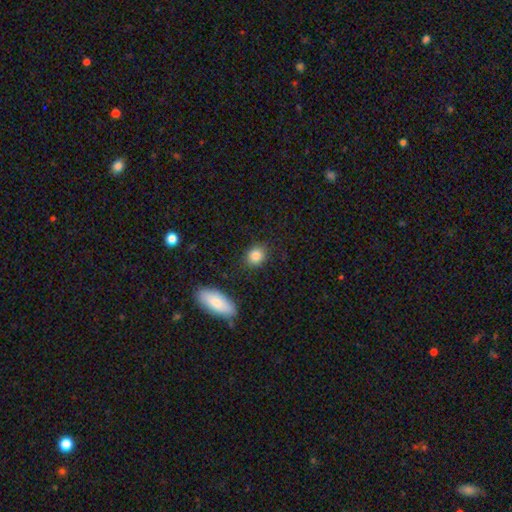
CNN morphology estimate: Q: Smooth or featured?
A: smooth (86%); runner-up: star or artifact (9%)
Q: How rounded?
A: round (60%); runner-up: in between (38%)
Q: Merging?
A: none (84%); runner-up: minor disturbance (10%)